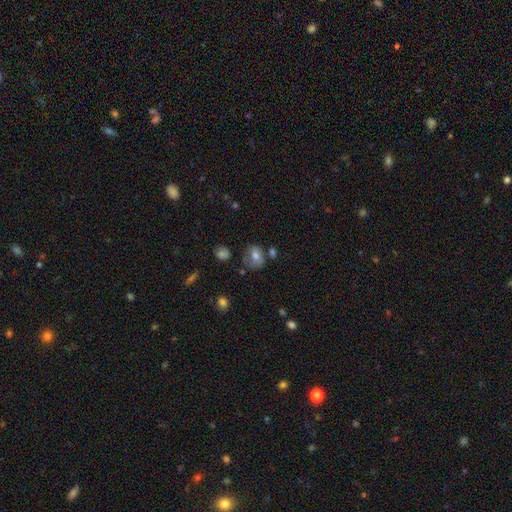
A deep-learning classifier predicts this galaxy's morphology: This appears to be a smooth galaxy with no disk features (67%) that is in between round and cigar-shaped (50%). Merging: none (54%).